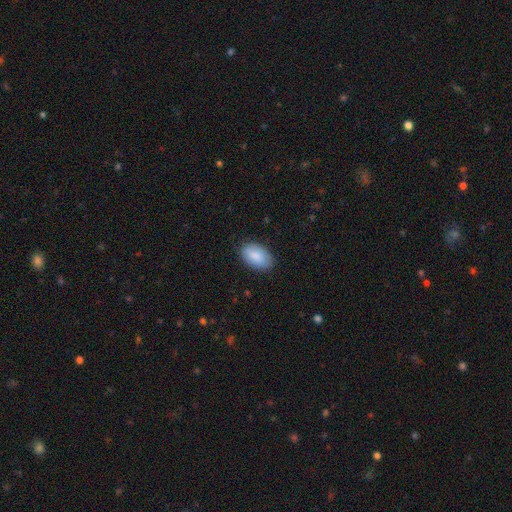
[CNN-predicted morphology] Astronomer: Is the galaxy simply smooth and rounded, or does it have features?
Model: smooth — 88%.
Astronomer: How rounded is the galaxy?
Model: in between — 93%.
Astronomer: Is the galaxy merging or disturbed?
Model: none — 84%.